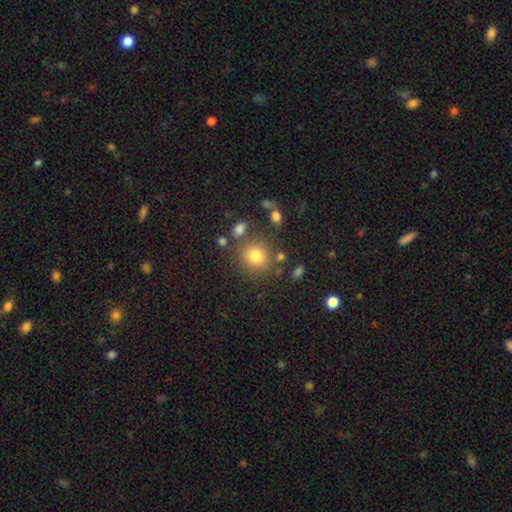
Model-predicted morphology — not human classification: This appears to be a smooth galaxy with no disk features (78%) that is round (86%). Merging: none (77%).